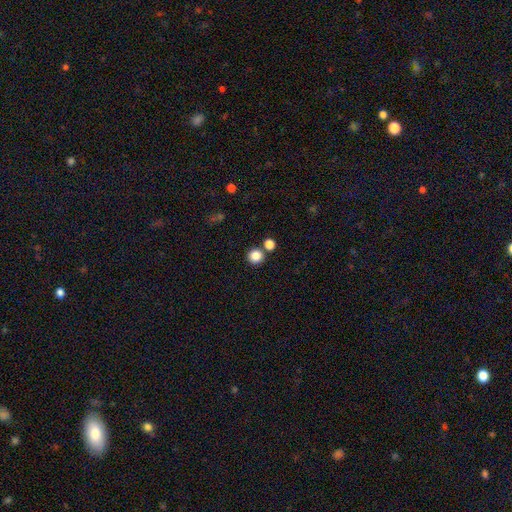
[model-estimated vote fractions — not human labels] smooth-or-featured: smooth: 84% | star or artifact: 11% | featured or disk: 4%
  how-rounded: round: 93% | in between: 6% | cigar-shaped: 1%
  merging: none: 78% | merger: 13% | minor disturbance: 7% | major disturbance: 2%